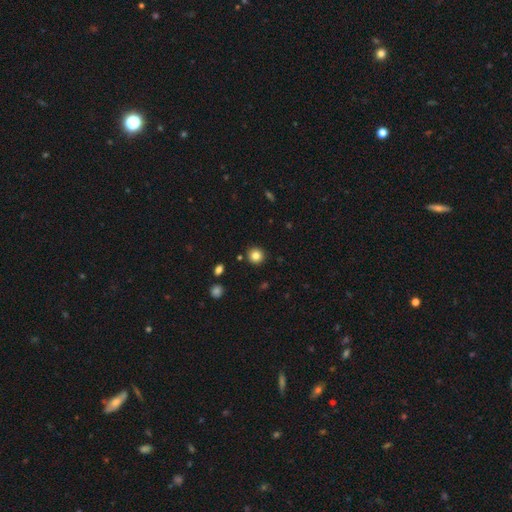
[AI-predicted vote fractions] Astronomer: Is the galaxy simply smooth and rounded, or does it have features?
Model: smooth — 84%.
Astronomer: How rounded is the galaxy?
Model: round — 92%.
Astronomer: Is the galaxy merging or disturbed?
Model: none — 90%.